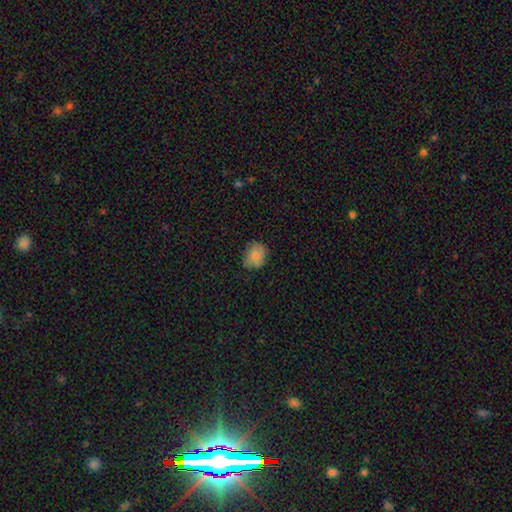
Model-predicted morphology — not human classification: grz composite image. It shows a smooth galaxy with no disk features (81%) that is round (61%). Merging: none (65%).